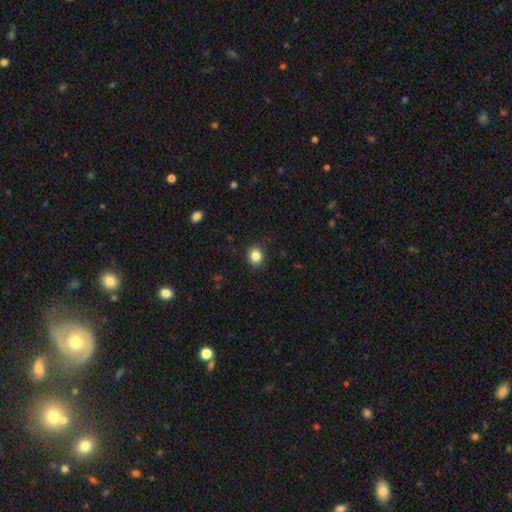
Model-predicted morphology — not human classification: Q: Smooth or featured?
A: smooth (84%); runner-up: star or artifact (11%)
Q: How rounded?
A: round (71%); runner-up: in between (28%)
Q: Merging?
A: none (89%); runner-up: minor disturbance (8%)